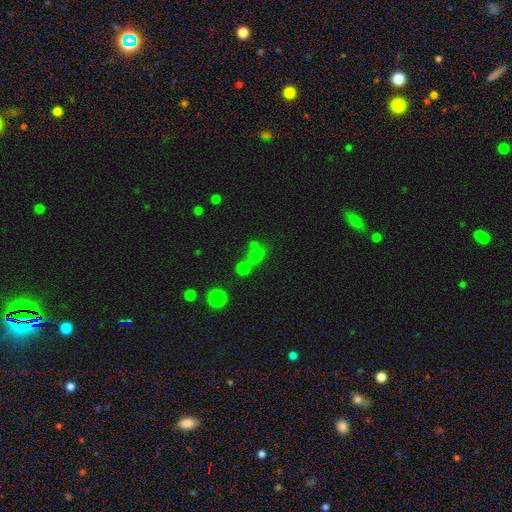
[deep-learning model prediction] The model was most divided on "merging": none: 54%, merger: 32%, minor disturbance: 9%, major disturbance: 5%. More confident: how rounded — round (74%); smooth or featured — smooth (67%).